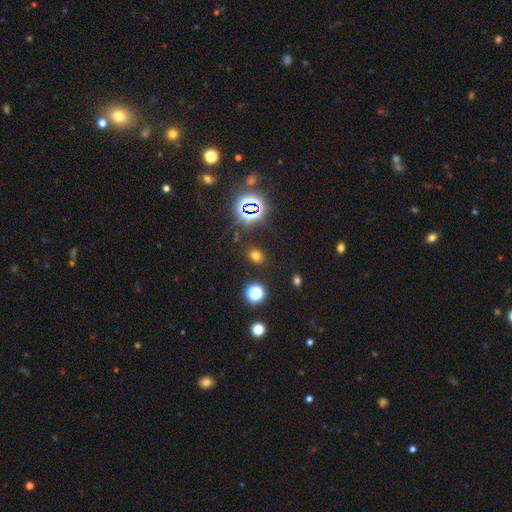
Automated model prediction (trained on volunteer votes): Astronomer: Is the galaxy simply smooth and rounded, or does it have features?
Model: smooth — 64%.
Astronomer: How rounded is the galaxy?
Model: round — 56% (runner-up: in between, 43%).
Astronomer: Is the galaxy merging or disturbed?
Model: none — 85%.